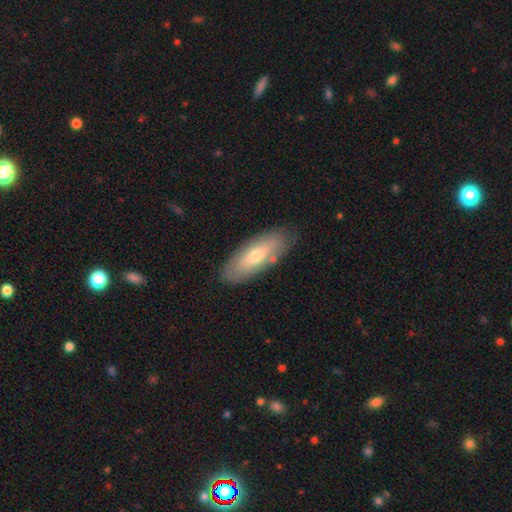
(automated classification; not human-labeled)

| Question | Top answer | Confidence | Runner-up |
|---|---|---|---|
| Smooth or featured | smooth | 56% | featured or disk (38%) |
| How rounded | in between | 76% | cigar-shaped (22%) |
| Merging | none | 81% | minor disturbance (13%) |